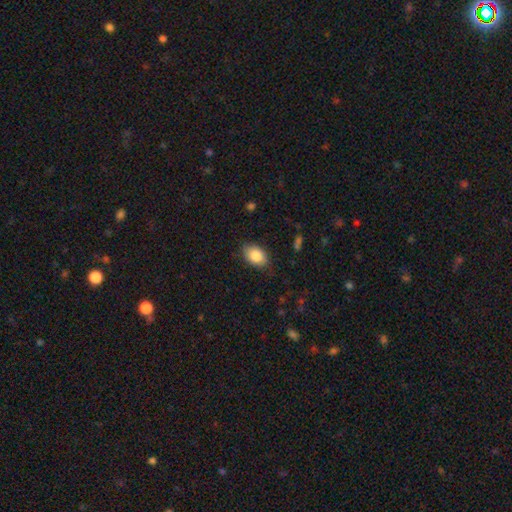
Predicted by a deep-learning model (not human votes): This is clearly a smooth galaxy (85%). How rounded: clearly in between (86%). Merging: clearly none (81%).